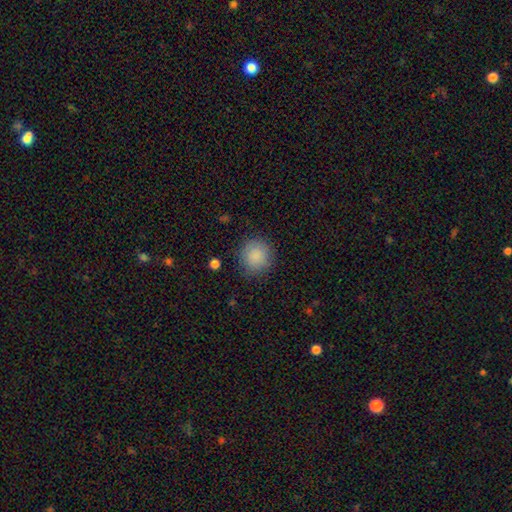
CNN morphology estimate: A smooth galaxy with no disk features (88%) that is round (92%).

Vote fractions:
- Smooth or featured? smooth: 88% / star or artifact: 8% / featured or disk: 4%
- How rounded? round: 92% / in between: 7% / cigar-shaped: 1%
- Merging? none: 87% / minor disturbance: 9% / major disturbance: 3% / merger: 1%